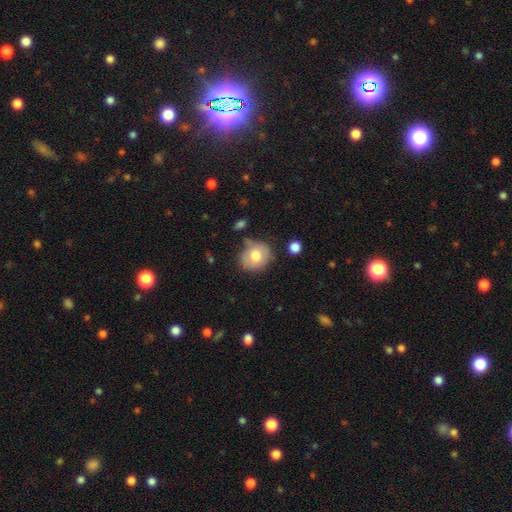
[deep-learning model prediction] Smooth or featured?
  - smooth: 72% *
  - featured or disk: 20%
  - star or artifact: 8%
How rounded?
  - round: 75% *
  - in between: 24%
  - cigar-shaped: 1%
Merging?
  - none: 66% *
  - minor disturbance: 23%
  - major disturbance: 6%
  - merger: 5%